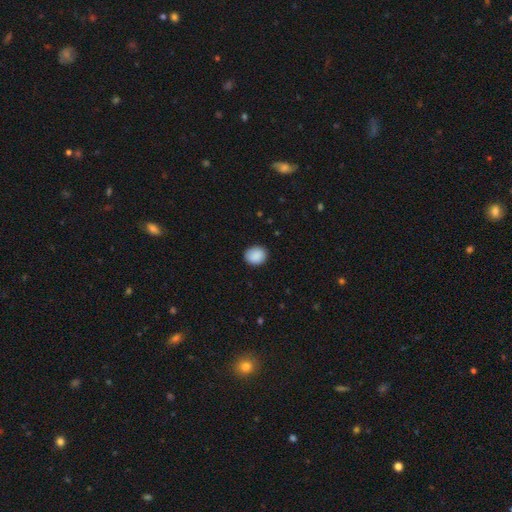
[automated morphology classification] smooth 90%, star or artifact 7%, featured or disk 3%. Down the decision tree: how rounded — round (66%); merging — none (89%).